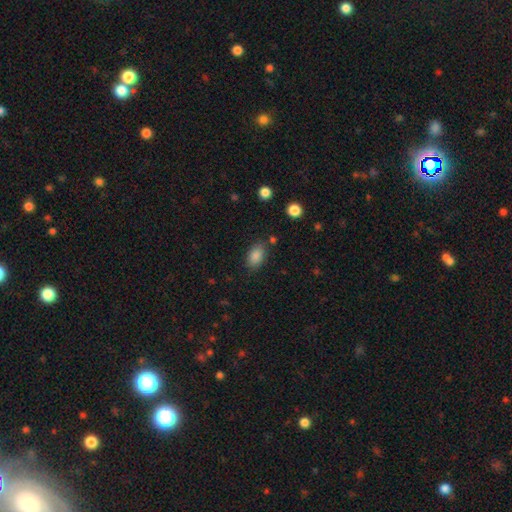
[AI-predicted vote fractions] The model was most divided on "merging": none: 80%, minor disturbance: 13%, major disturbance: 4%, merger: 4%. More confident: how rounded — in between (90%); smooth or featured — smooth (86%).